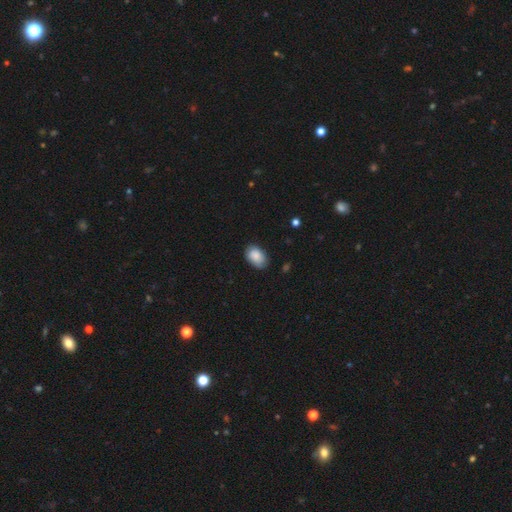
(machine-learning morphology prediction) smooth 82%, featured or disk 11%, star or artifact 7%. Down the decision tree: how rounded — in between (86%); merging — none (76%).